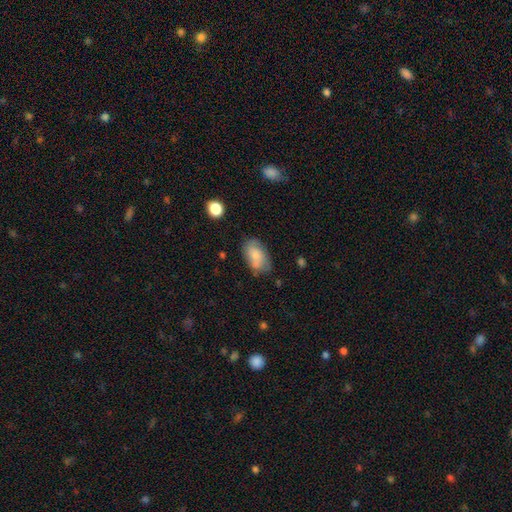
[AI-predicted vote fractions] This is likely a smooth galaxy (72%). How rounded: clearly in between (91%). Merging: likely none (63%).